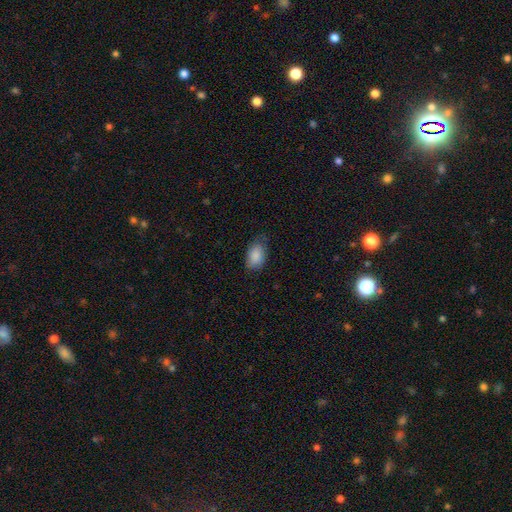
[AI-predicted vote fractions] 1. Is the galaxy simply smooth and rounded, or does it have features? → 87% smooth, 7% featured or disk, 6% star or artifact.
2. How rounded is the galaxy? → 91% in between, 7% round, 1% cigar-shaped.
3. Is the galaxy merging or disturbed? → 65% none, 28% minor disturbance, 6% major disturbance, 1% merger.